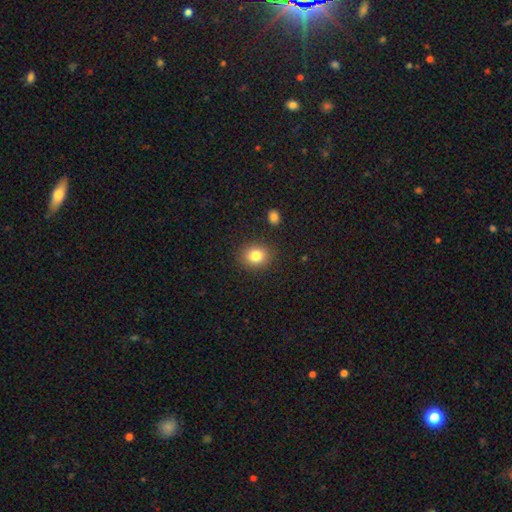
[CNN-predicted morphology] A smooth galaxy with no disk features (82%) that is round (67%). Merging: none (88%).